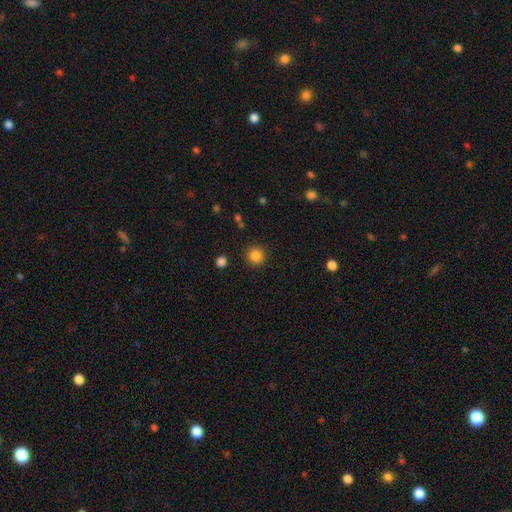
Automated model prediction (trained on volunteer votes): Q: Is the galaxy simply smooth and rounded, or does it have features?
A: smooth — 84%.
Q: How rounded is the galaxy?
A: round — 95%.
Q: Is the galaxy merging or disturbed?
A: none — 91%.